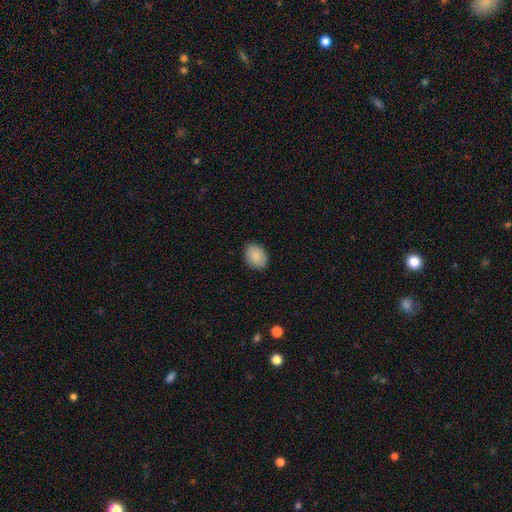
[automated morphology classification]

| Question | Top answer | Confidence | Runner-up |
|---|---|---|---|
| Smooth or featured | smooth | 89% | star or artifact (7%) |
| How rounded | in between | 62% | round (37%) |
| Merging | none | 87% | minor disturbance (10%) |